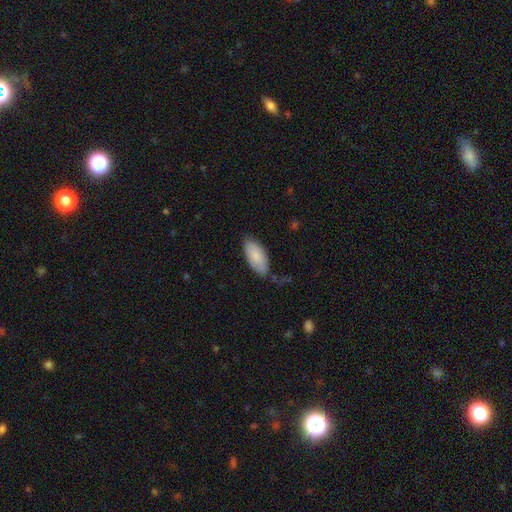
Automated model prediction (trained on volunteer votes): A smooth galaxy with no disk features (84%) that is in between round and cigar-shaped (90%). Merging: none (66%).